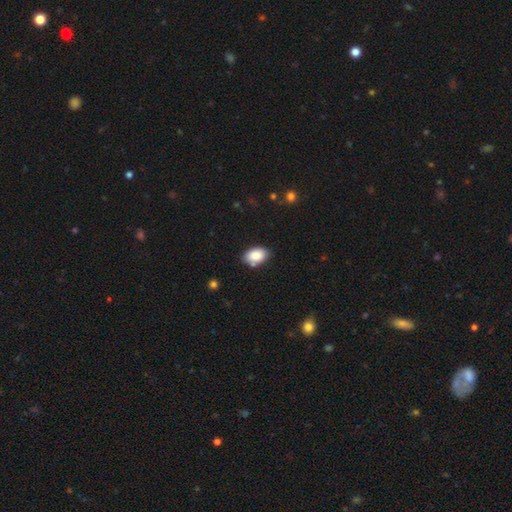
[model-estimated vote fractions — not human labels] Morphology: type=smooth (88%); roundness=in between (91%); merging=none (77%).